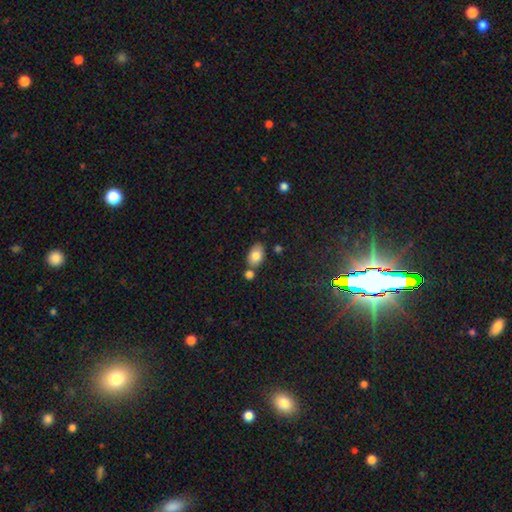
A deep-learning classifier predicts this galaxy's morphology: Smooth or featured: smooth — 80% (featured or disk — 12%)
How rounded: in between — 87% (round — 12%)
Merging: none — 62% (merger — 21%)